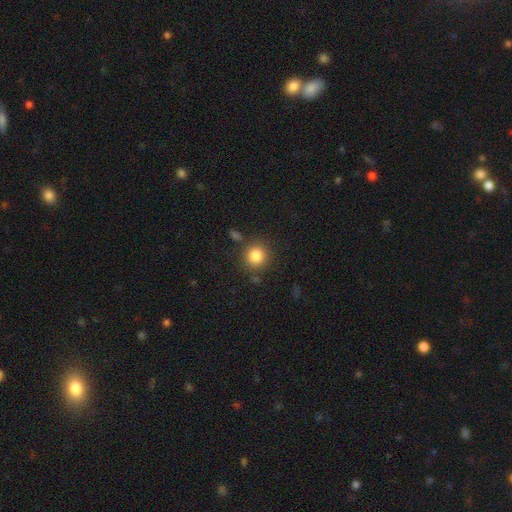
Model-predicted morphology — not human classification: smooth-or-featured: smooth: 84% | star or artifact: 11% | featured or disk: 5%
  how-rounded: round: 90% | in between: 9% | cigar-shaped: 1%
  merging: none: 83% | minor disturbance: 9% | merger: 5% | major disturbance: 3%